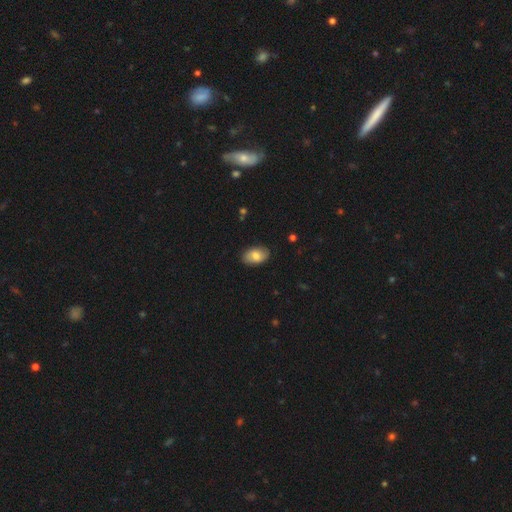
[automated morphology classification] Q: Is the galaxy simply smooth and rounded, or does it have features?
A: smooth — 73%.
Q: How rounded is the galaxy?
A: in between — 92%.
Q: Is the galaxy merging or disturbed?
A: none — 85%.